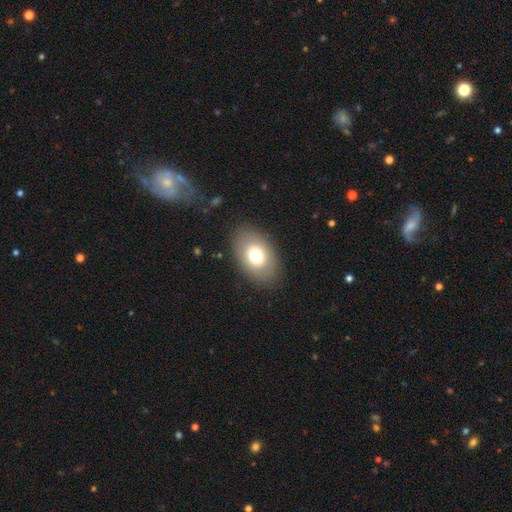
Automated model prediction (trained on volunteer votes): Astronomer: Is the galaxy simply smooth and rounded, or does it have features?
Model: smooth — 71%.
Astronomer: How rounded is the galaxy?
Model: in between — 85%.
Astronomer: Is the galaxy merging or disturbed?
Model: none — 85%.